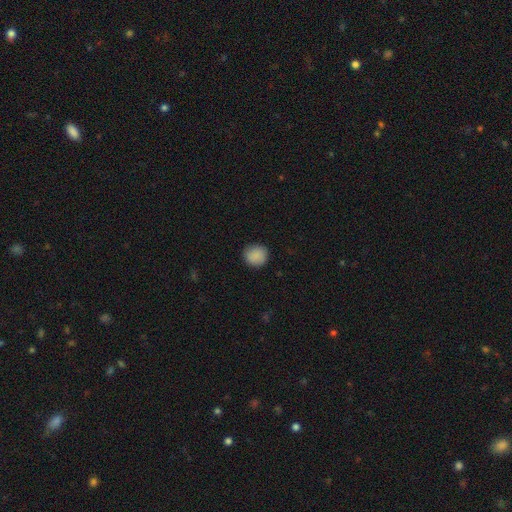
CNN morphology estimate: Smooth or featured: smooth — 89% (star or artifact — 8%)
How rounded: round — 89% (in between — 10%)
Merging: none — 88% (minor disturbance — 9%)